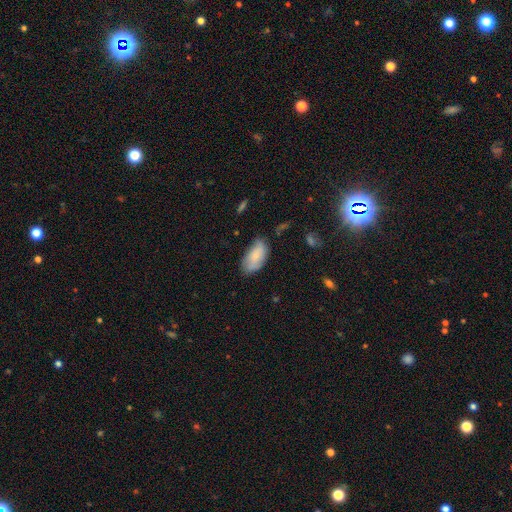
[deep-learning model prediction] Smooth or featured? smooth (79%)
How rounded? in between (94%)
Merging? none (63%)